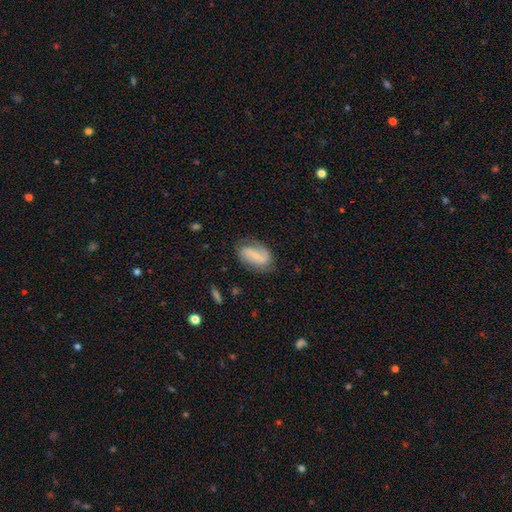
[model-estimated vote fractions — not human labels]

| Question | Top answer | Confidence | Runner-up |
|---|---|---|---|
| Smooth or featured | featured or disk | 59% | smooth (34%) |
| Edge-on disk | no | 95% | yes (5%) |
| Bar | weak | 41% | strong (33%) |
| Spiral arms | yes | 85% | no (15%) |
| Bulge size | small | 61% | moderate (23%) |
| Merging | none | 70% | minor disturbance (21%) |